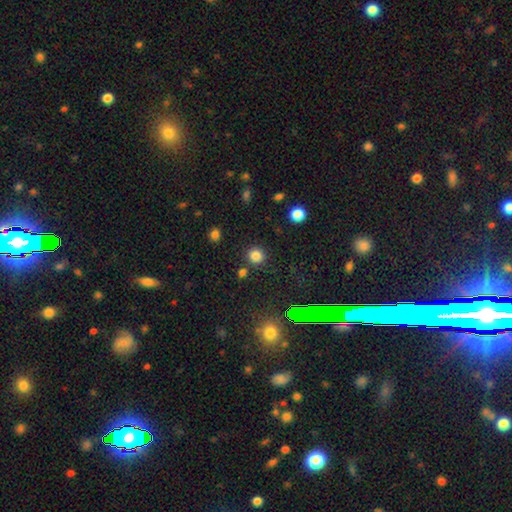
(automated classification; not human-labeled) Smooth or featured: smooth — 80% (star or artifact — 15%)
How rounded: round — 92% (in between — 7%)
Merging: none — 84% (minor disturbance — 7%)